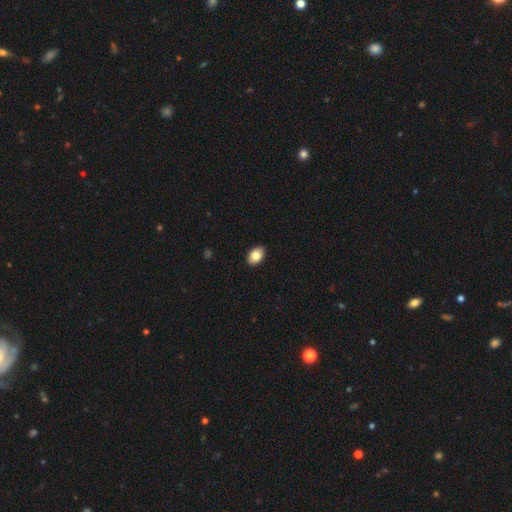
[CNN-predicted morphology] This is clearly a smooth galaxy (84%). How rounded: clearly in between (85%). Merging: clearly none (91%).